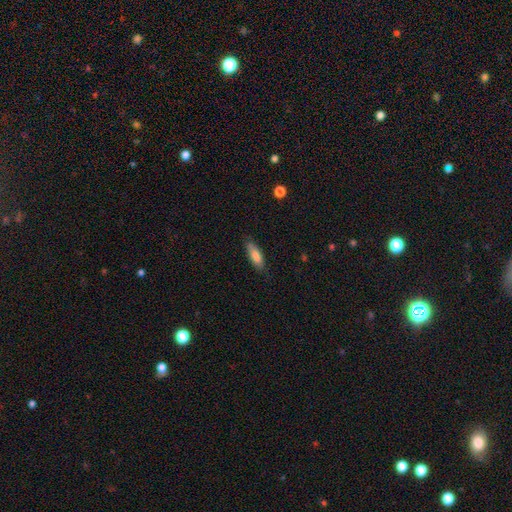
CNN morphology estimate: This appears to be a smooth galaxy with no disk features (79%) that is in between round and cigar-shaped (54%). Merging: none (81%).